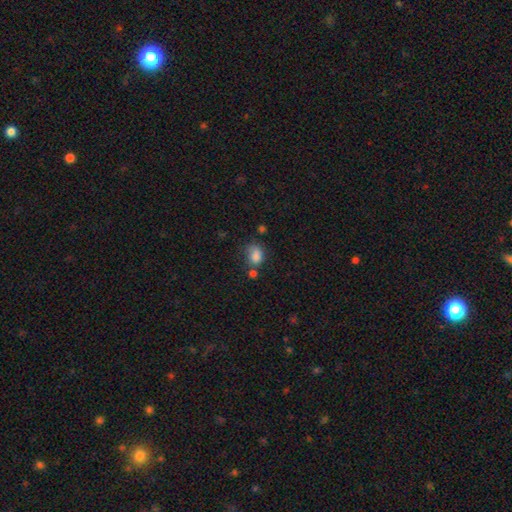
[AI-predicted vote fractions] A smooth galaxy with no disk features (81%) that is in between round and cigar-shaped (63%). Merging: none (44%).